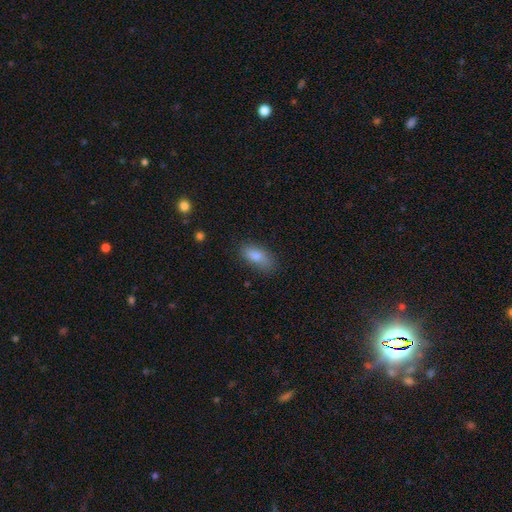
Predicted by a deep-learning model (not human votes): Smooth or featured? Predicted: smooth (p=0.80). How rounded? Predicted: in between (p=0.82). Merging? Predicted: none (p=0.79).